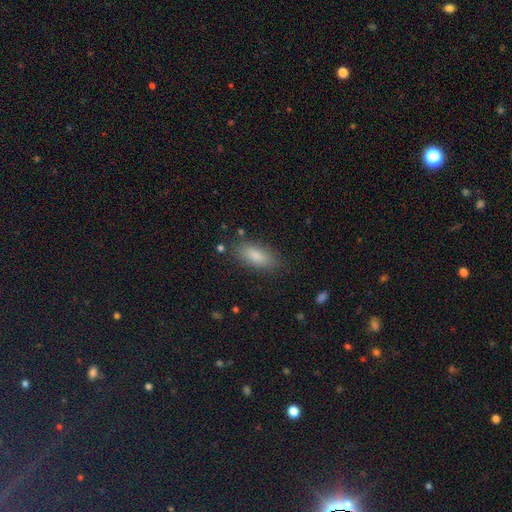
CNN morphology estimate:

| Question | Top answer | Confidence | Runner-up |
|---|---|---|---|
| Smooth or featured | smooth | 84% | featured or disk (9%) |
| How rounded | in between | 81% | cigar-shaped (17%) |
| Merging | none | 82% | minor disturbance (12%) |